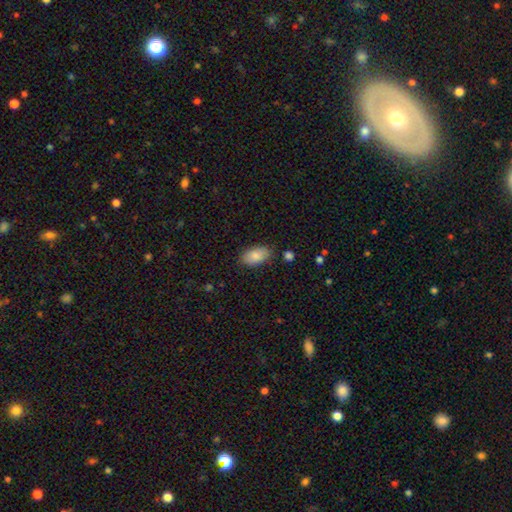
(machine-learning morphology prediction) type=smooth (85%); roundness=in between (94%); merging=none (81%).